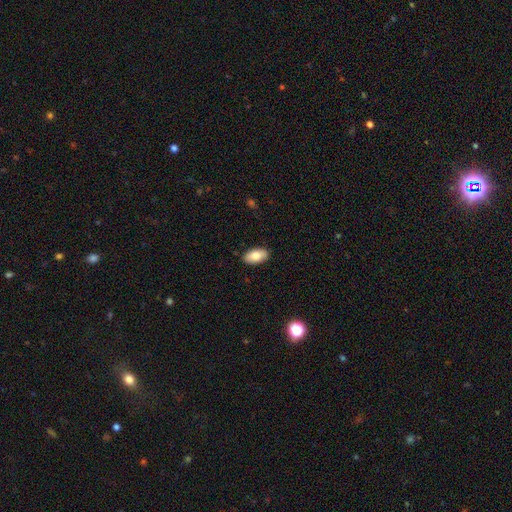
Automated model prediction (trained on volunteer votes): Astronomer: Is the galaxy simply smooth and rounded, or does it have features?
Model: smooth — 78%.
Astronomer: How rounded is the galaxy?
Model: in between — 94%.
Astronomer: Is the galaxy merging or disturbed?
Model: none — 88%.